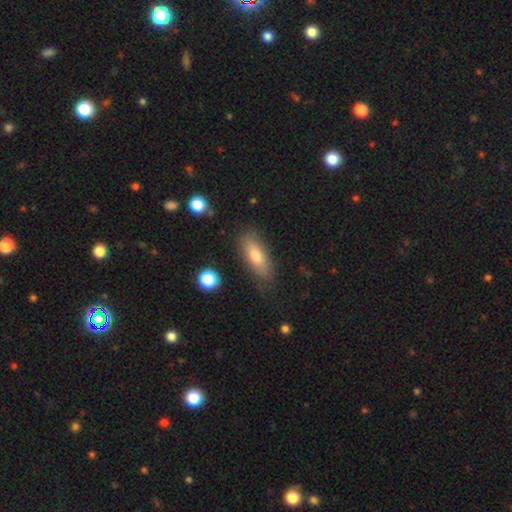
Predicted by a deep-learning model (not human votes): Smooth or featured? Predicted: smooth (p=0.73). How rounded? Predicted: in between (p=0.65). Merging? Predicted: none (p=0.81).